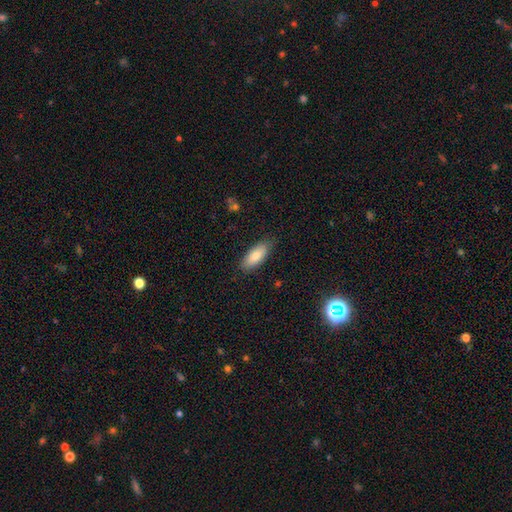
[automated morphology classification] The model was most divided on "how rounded": in between: 80%, cigar-shaped: 18%, round: 2%. More confident: merging — none (83%); smooth or featured — smooth (82%).